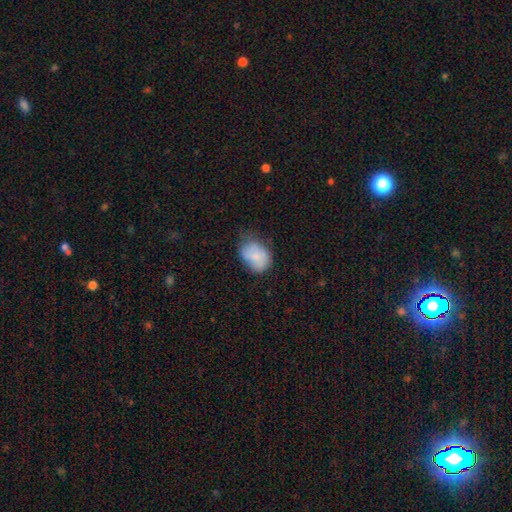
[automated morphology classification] A smooth galaxy with no disk features (78%) that is in between round and cigar-shaped (72%).

Vote fractions:
- Smooth or featured? smooth: 78% / featured or disk: 15% / star or artifact: 7%
- How rounded? in between: 72% / round: 27% / cigar-shaped: 1%
- Merging? none: 49% / minor disturbance: 37% / major disturbance: 12% / merger: 2%